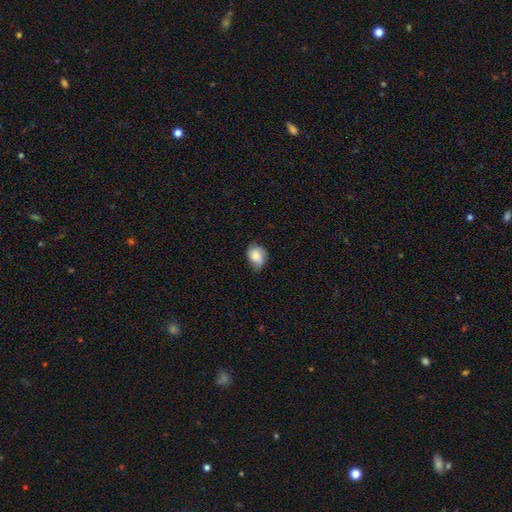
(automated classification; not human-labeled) Overall: smooth (60%; featured or disk 31%). How rounded: in between (52%; round 47%). Merging: none (57%; minor disturbance 32%).